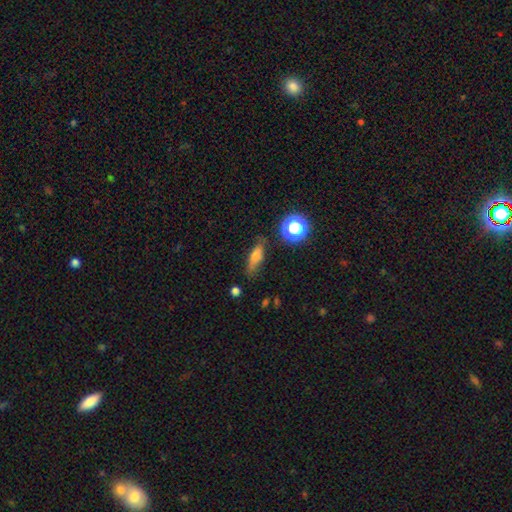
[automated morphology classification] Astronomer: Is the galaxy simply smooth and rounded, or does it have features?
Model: smooth — 67%.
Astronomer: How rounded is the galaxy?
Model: in between — 46% (runner-up: cigar-shaped, 45%).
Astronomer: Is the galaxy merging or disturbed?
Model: none — 71%.